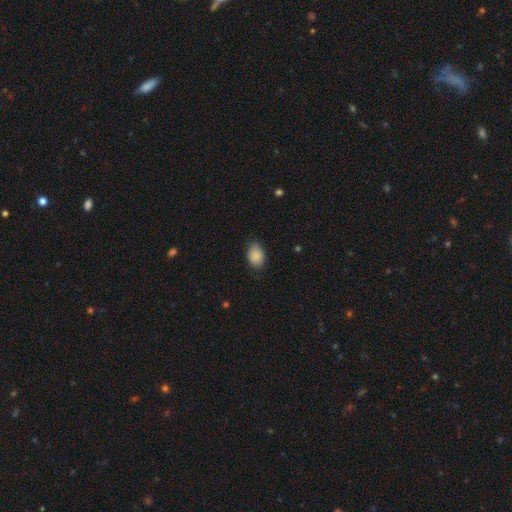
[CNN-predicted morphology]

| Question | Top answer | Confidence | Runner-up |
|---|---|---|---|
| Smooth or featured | smooth | 89% | star or artifact (7%) |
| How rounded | in between | 81% | round (18%) |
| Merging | none | 80% | minor disturbance (16%) |